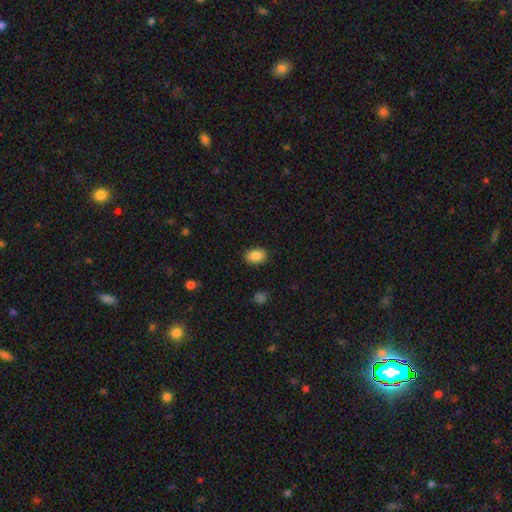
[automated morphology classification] Overall: smooth (87%). How rounded: in between (81%). Merging: none (89%).